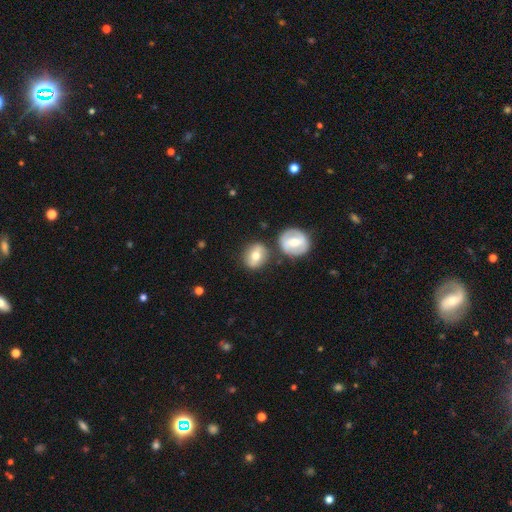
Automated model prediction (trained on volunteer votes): smooth-or-featured: smooth: 58% | featured or disk: 34% | star or artifact: 7%
  how-rounded: round: 63% | in between: 35% | cigar-shaped: 2%
  merging: none: 70% | merger: 15% | minor disturbance: 12% | major disturbance: 3%